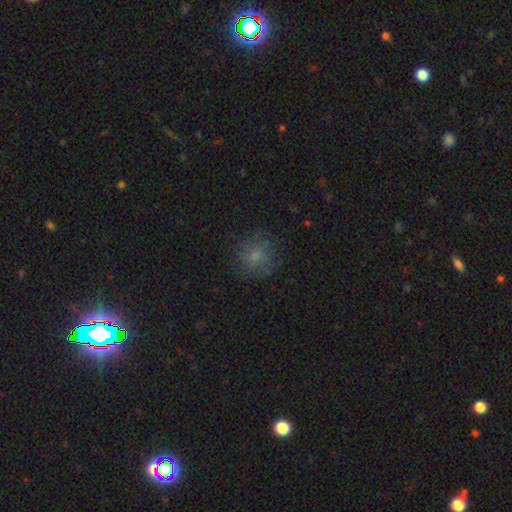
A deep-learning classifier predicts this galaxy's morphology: smooth_or_featured: smooth (p=0.71) [alt: featured or disk p=0.16]
how_rounded: round (p=0.83) [alt: in between p=0.16]
merging: none (p=0.75) [alt: minor disturbance p=0.16]